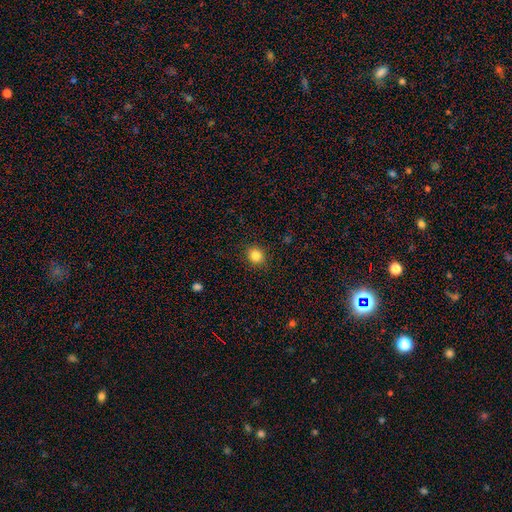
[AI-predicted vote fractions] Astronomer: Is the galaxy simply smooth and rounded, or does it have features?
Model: smooth — 84%.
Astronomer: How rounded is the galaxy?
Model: round — 71%.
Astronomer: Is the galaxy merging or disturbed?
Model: none — 90%.